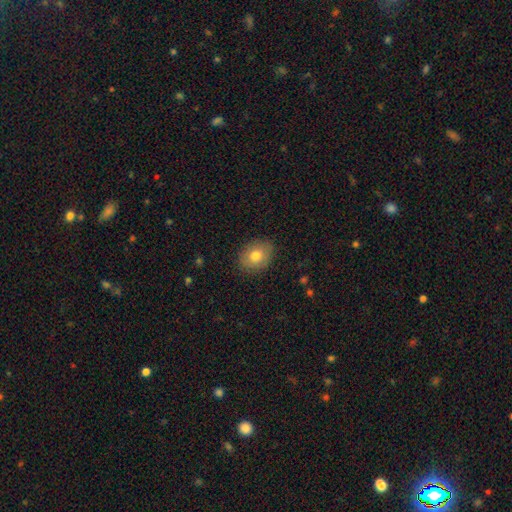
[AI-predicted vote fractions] Smooth or featured: smooth — 78% (featured or disk — 13%)
How rounded: in between — 54% (round — 45%)
Merging: none — 85% (minor disturbance — 11%)